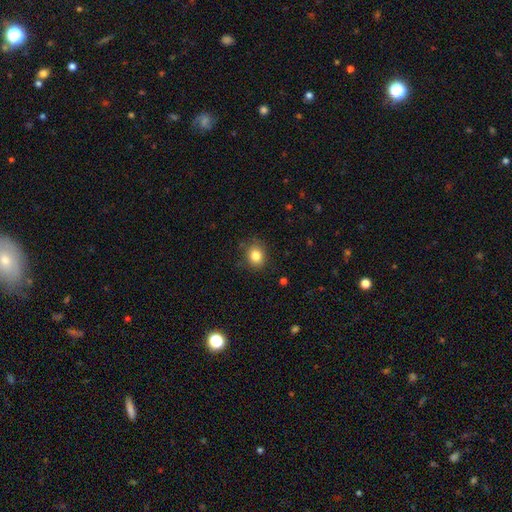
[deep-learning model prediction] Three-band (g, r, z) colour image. It shows a smooth galaxy with no disk features (83%) that is round (64%). Merging: none (83%).